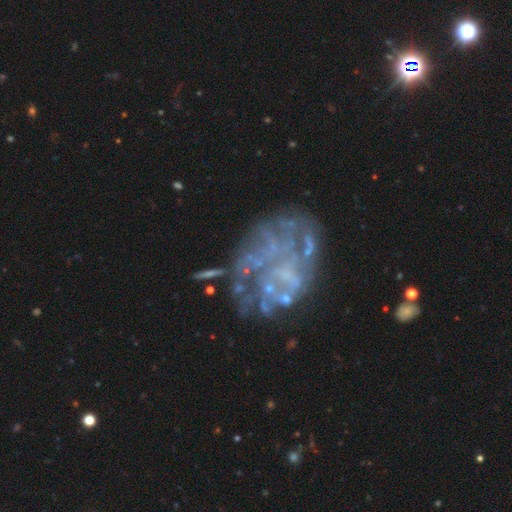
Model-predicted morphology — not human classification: Smooth or featured? Predicted: featured or disk (p=0.72). Edge-on disk? Predicted: no (p=0.98). Bar? Predicted: no (p=0.88). Spiral arms? Predicted: no (p=0.71). Bulge size? Predicted: none (p=0.79). Merging? Predicted: none (p=0.52).